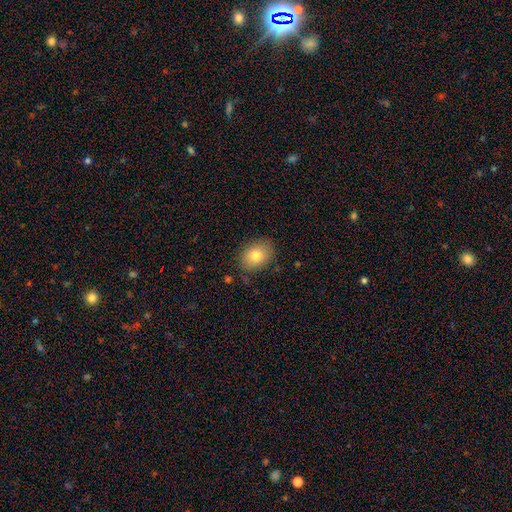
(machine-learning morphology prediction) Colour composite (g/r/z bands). It shows a smooth galaxy with no disk features (79%) that is in between round and cigar-shaped (65%). Merging: none (81%).